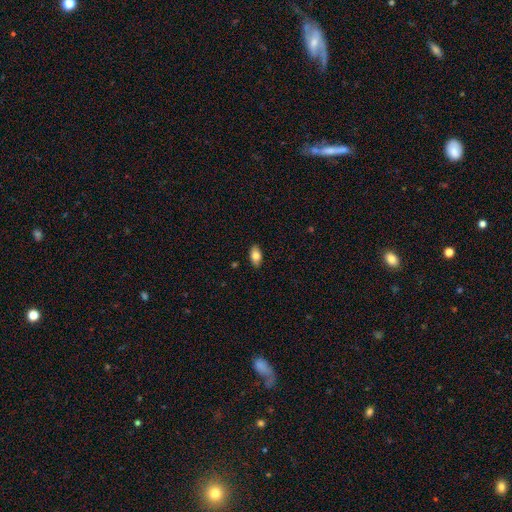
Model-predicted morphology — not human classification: type=smooth (82%); roundness=in between (93%); merging=none (89%).